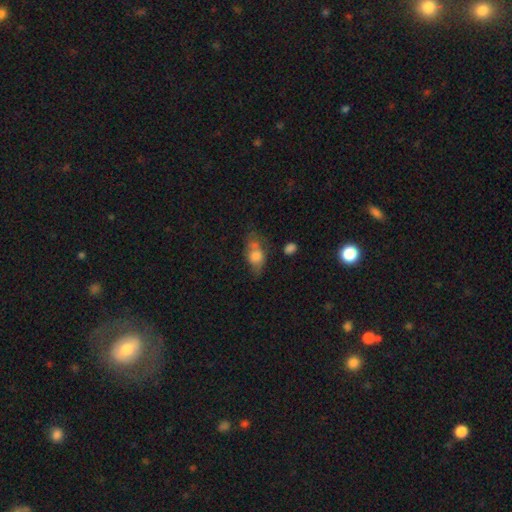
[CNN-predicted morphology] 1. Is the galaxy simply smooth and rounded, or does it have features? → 64% smooth, 26% featured or disk, 10% star or artifact.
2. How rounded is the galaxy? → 83% in between, 12% round, 6% cigar-shaped.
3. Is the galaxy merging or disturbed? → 40% none, 31% minor disturbance, 20% major disturbance, 9% merger.